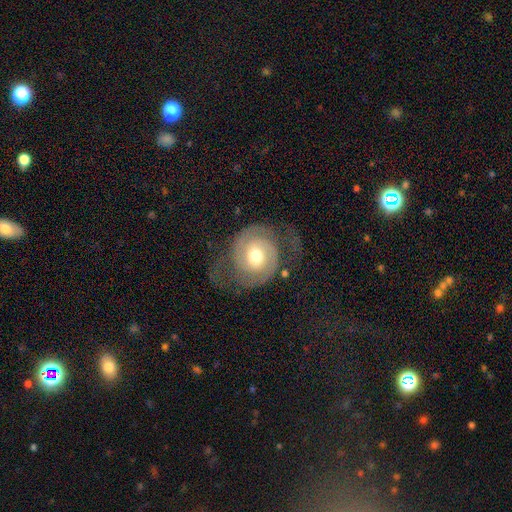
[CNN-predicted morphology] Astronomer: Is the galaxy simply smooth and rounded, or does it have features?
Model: featured or disk — 85%.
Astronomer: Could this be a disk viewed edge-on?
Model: no — 97%.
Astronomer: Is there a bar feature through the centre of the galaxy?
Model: no — 64%.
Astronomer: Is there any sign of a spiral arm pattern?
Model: yes — 96%.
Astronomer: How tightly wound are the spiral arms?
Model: tight — 51% (runner-up: medium, 36%).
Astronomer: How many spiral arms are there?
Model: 2 — 88%.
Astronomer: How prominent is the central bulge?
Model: moderate — 70%.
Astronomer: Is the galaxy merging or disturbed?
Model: none — 65%.